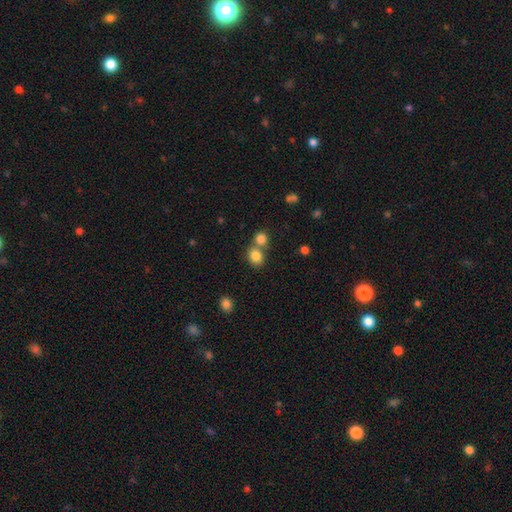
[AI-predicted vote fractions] A smooth galaxy with no disk features (83%) that is round (61%).

Vote fractions:
- Smooth or featured? smooth: 83% / star or artifact: 11% / featured or disk: 6%
- How rounded? round: 61% / in between: 38% / cigar-shaped: 1%
- Merging? none: 50% / merger: 40% / minor disturbance: 8% / major disturbance: 3%